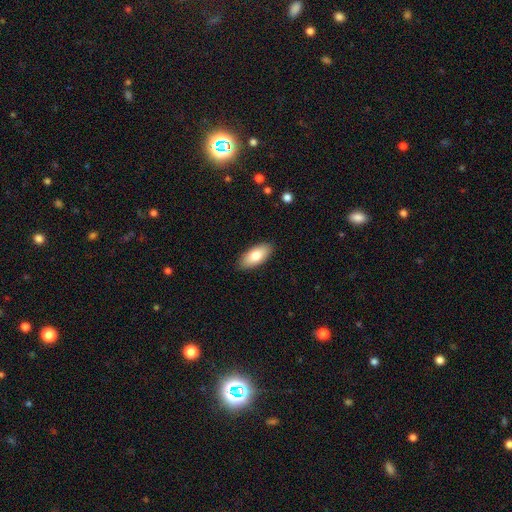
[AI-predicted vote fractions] Overall: smooth (80%). How rounded: in between (89%). Merging: none (88%).